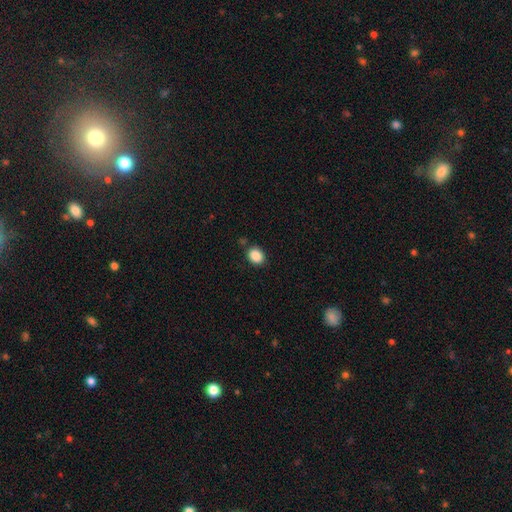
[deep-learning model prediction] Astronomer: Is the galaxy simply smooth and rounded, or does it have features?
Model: smooth — 88%.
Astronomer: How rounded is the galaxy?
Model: in between — 51% (runner-up: round, 48%).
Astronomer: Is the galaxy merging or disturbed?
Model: none — 82%.